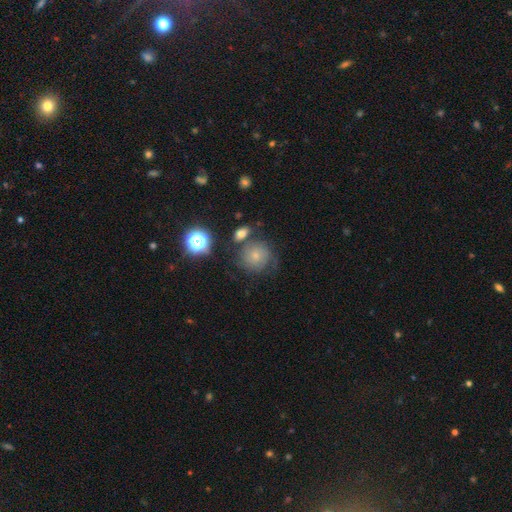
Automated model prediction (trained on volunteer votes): This is possibly a smooth galaxy (57%). How rounded: clearly round (88%). Merging: likely none (60%).